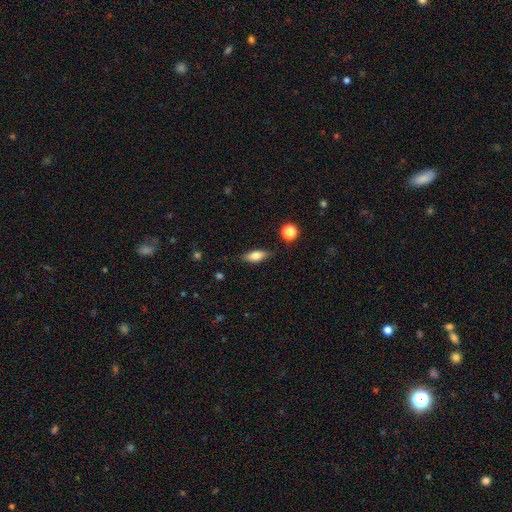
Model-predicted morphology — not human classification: This appears to be a smooth galaxy with no disk features (70%) that is in between round and cigar-shaped (73%). Merging: none (82%).